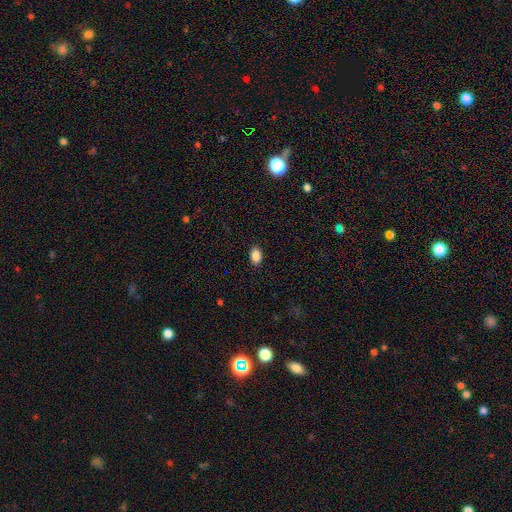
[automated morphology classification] This is clearly a smooth galaxy (89%). How rounded: clearly in between (86%). Merging: clearly none (89%).